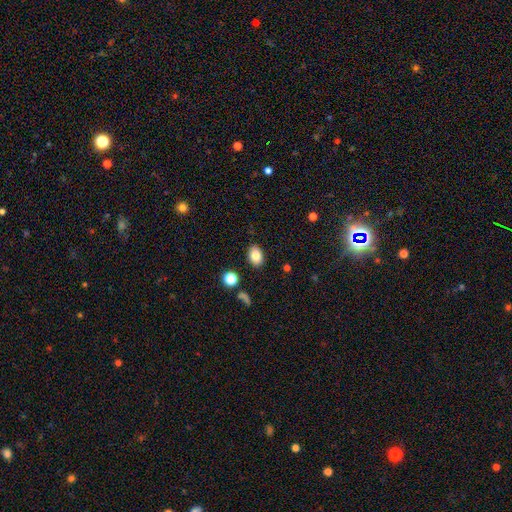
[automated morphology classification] Smooth or featured?
  - smooth: 82% *
  - star or artifact: 9%
  - featured or disk: 9%
How rounded?
  - in between: 79% *
  - round: 20%
  - cigar-shaped: 1%
Merging?
  - none: 86% *
  - minor disturbance: 9%
  - major disturbance: 2%
  - merger: 2%